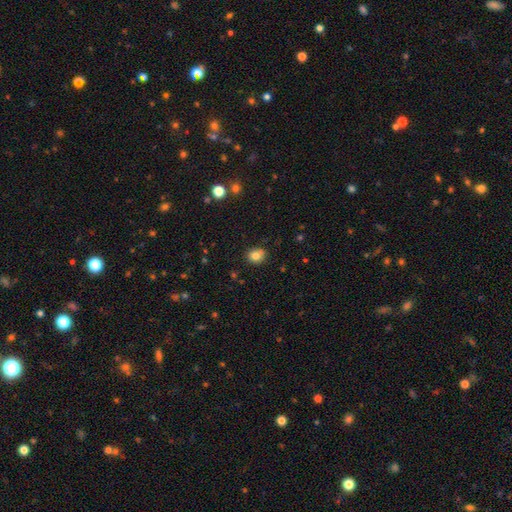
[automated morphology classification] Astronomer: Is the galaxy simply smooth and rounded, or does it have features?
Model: smooth — 80%.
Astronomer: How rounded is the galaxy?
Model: round — 66%.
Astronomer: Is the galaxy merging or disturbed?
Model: none — 79%.